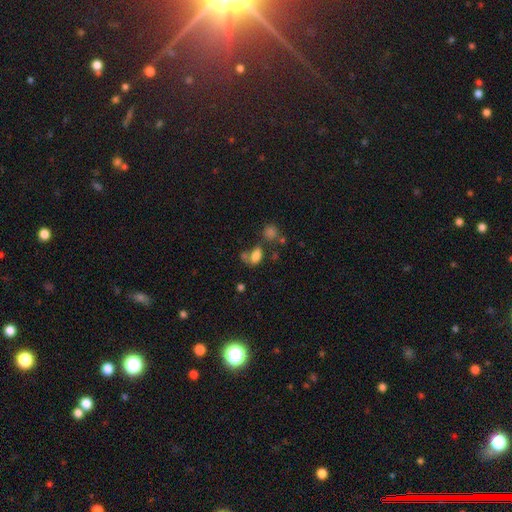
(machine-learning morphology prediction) smooth_or_featured: smooth (p=0.77) [alt: star or artifact p=0.13]
how_rounded: in between (p=0.85) [alt: round p=0.12]
merging: none (p=0.44) [alt: merger p=0.27]